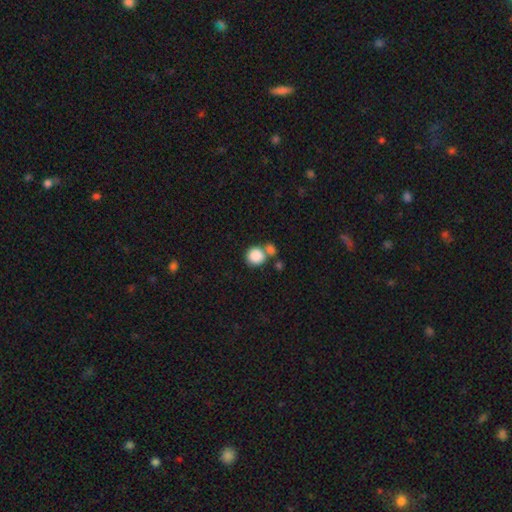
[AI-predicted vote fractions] The model was most divided on "merging": none: 52%, merger: 35%, minor disturbance: 9%, major disturbance: 4%. More confident: how rounded — round (89%); smooth or featured — smooth (86%).